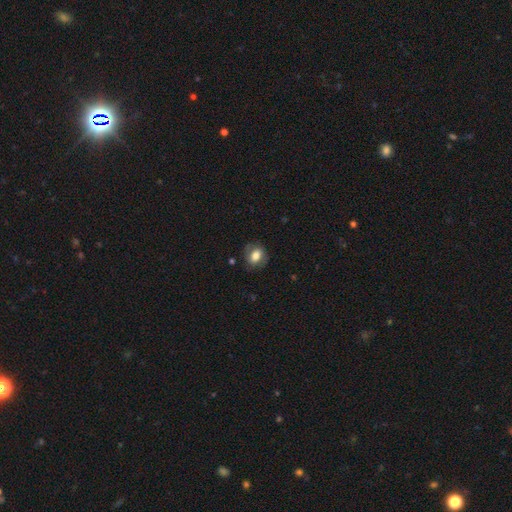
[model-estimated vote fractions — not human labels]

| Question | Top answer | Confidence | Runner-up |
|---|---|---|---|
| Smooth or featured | smooth | 69% | featured or disk (23%) |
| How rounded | in between | 55% | round (44%) |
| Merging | none | 75% | minor disturbance (17%) |